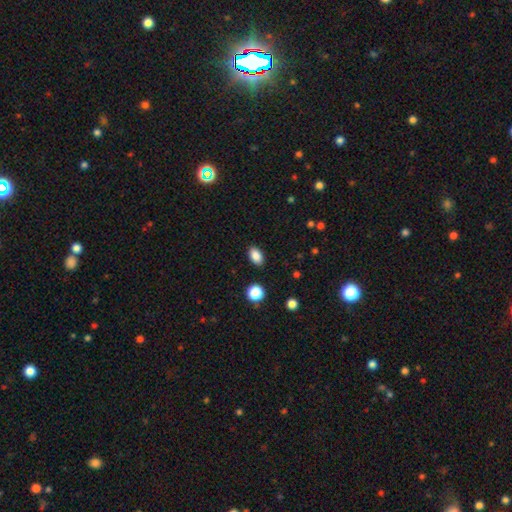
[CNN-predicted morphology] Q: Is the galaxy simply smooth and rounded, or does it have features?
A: smooth — 86%.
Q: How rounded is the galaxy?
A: in between — 88%.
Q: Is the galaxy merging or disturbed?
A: none — 88%.